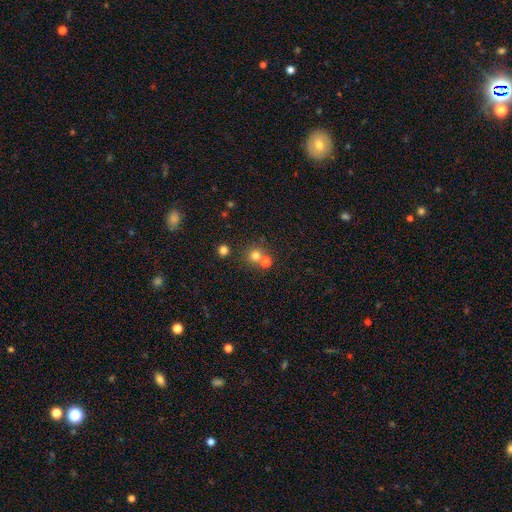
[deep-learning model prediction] This is likely a smooth galaxy (74%). How rounded: clearly round (88%). Merging: possibly none (58%).